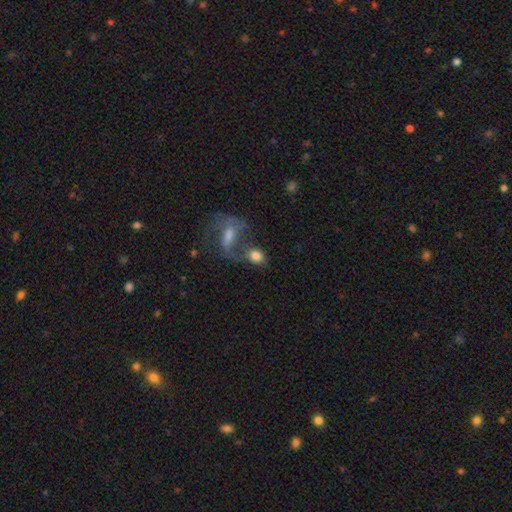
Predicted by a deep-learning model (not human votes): This is likely a smooth galaxy (73%). How rounded: possibly round (55%). Merging: marginally merger (41%).